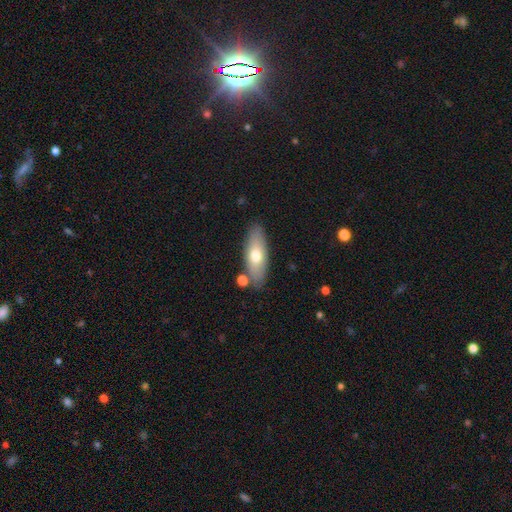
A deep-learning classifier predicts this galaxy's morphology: This appears to be a smooth galaxy with no disk features (66%) that is in between round and cigar-shaped (67%). Merging: none (79%).